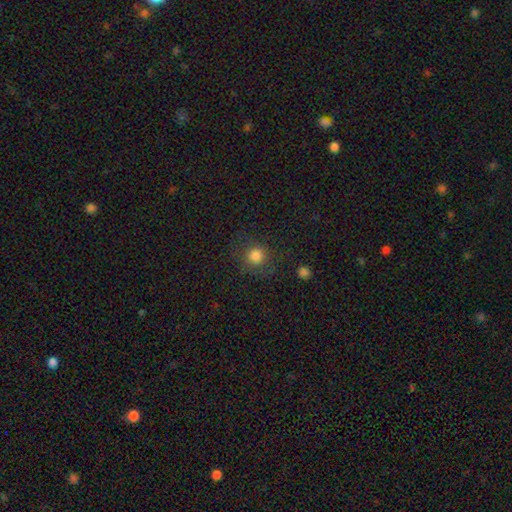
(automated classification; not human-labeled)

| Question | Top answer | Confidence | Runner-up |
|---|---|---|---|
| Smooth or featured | smooth | 81% | star or artifact (13%) |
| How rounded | round | 91% | in between (8%) |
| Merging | none | 80% | minor disturbance (12%) |